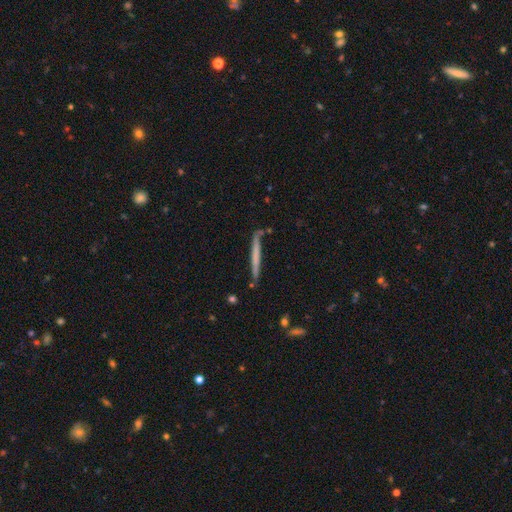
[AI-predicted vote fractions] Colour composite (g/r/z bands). It shows a smooth galaxy with no disk features (53%) that is cigar-shaped (97%). Merging: none (79%).